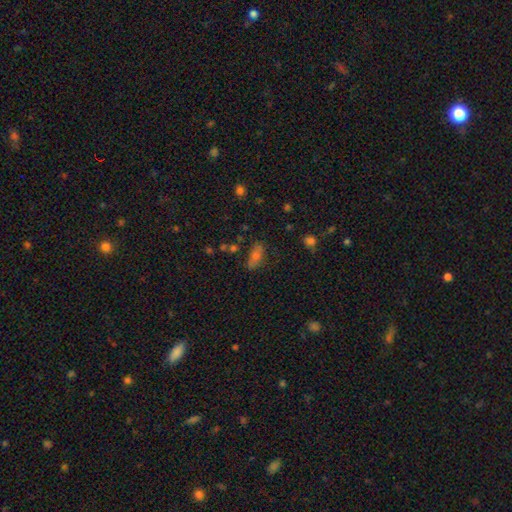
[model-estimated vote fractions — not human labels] A smooth galaxy with no disk features (57%) that is in between round and cigar-shaped (73%).

Vote fractions:
- Smooth or featured? smooth: 57% / star or artifact: 23% / featured or disk: 20%
- How rounded? in between: 73% / cigar-shaped: 19% / round: 8%
- Merging? none: 71% / minor disturbance: 17% / major disturbance: 6% / merger: 5%